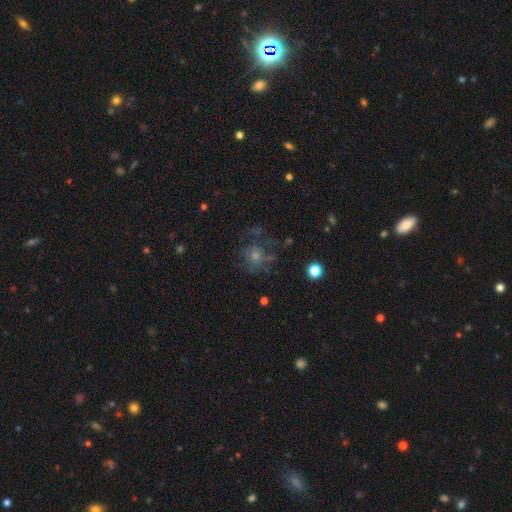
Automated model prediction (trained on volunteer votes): This is marginally a smooth galaxy (37%, tied with featured or disk). Merging: possibly none (57%).